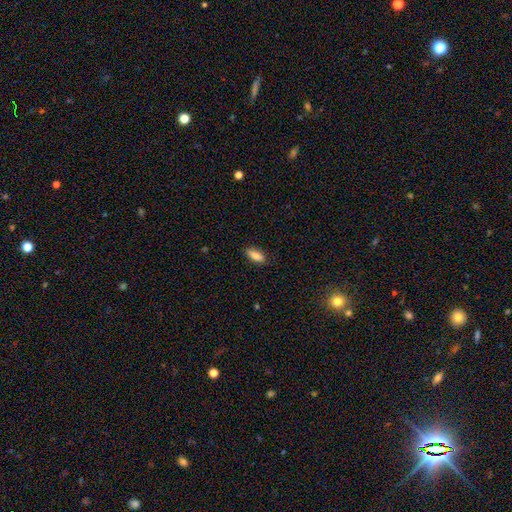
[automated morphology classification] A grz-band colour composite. It shows a smooth galaxy with no disk features (78%) that is in between round and cigar-shaped (77%). Merging: none (86%).